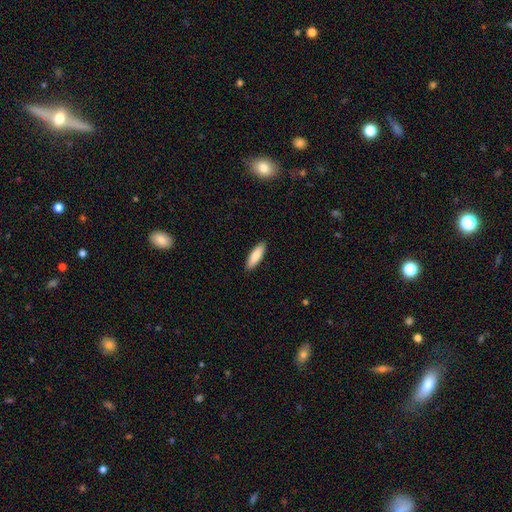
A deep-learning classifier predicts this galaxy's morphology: type=smooth (87%); roundness=cigar-shaped (51%); merging=none (90%).